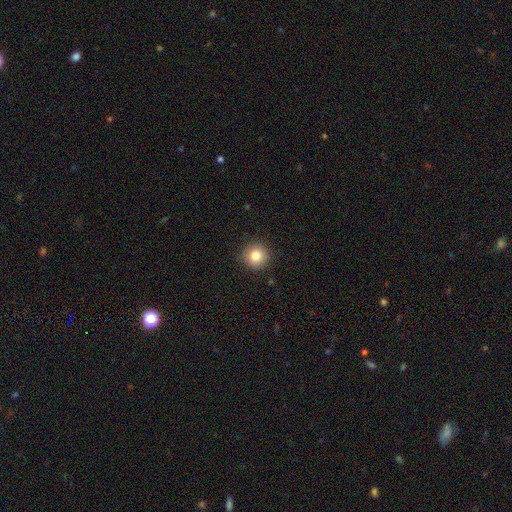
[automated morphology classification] smooth-or-featured: smooth: 83% | star or artifact: 10% | featured or disk: 7%
  how-rounded: round: 94% | in between: 5% | cigar-shaped: 1%
  merging: none: 91% | minor disturbance: 7% | major disturbance: 2% | merger: 1%